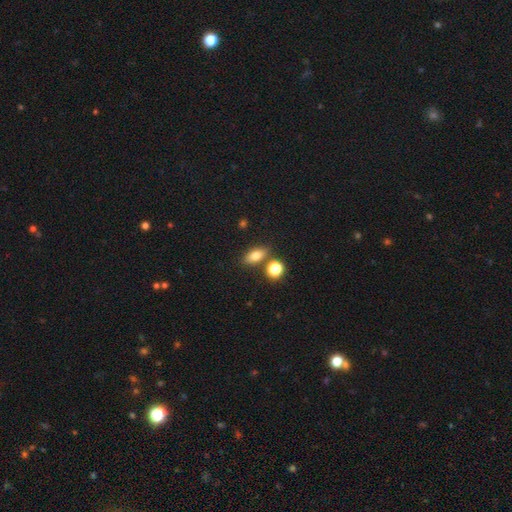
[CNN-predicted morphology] A smooth galaxy with no disk features (77%) that is in between round and cigar-shaped (77%). Merging: none (76%).